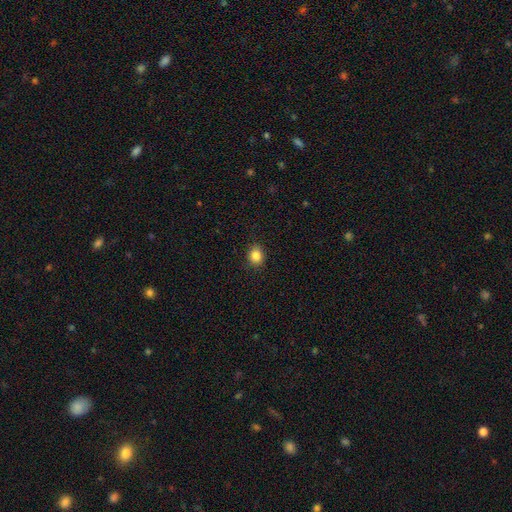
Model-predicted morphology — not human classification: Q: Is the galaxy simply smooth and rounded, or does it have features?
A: smooth — 85%.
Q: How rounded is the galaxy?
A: round — 70%.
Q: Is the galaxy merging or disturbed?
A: none — 89%.